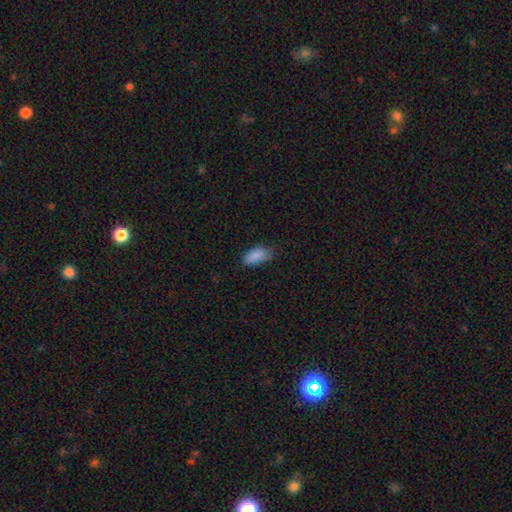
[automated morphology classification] smooth-or-featured: smooth: 87% | star or artifact: 8% | featured or disk: 5%
  how-rounded: in between: 92% | cigar-shaped: 5% | round: 3%
  merging: none: 68% | minor disturbance: 25% | major disturbance: 5% | merger: 1%